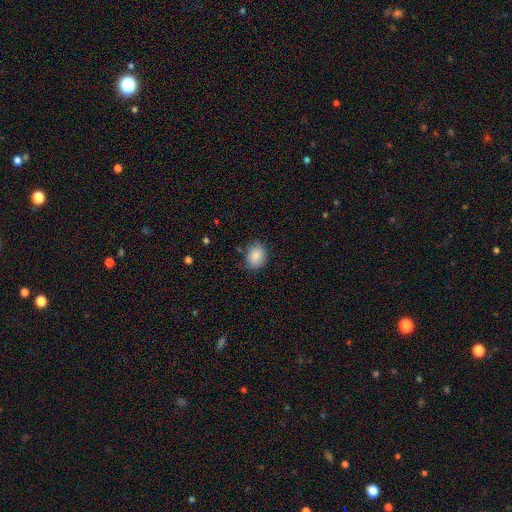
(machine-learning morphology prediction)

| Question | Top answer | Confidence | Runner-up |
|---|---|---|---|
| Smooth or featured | smooth | 86% | star or artifact (8%) |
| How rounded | in between | 56% | round (43%) |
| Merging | none | 81% | minor disturbance (15%) |